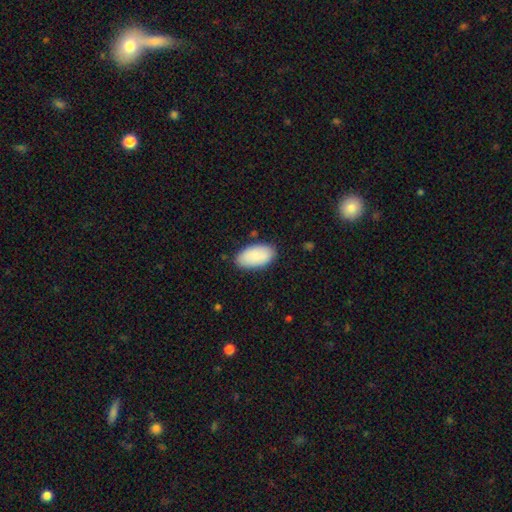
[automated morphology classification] smooth-or-featured: smooth: 89% | star or artifact: 6% | featured or disk: 6%
  how-rounded: in between: 96% | round: 2% | cigar-shaped: 2%
  merging: none: 84% | minor disturbance: 12% | major disturbance: 3% | merger: 1%